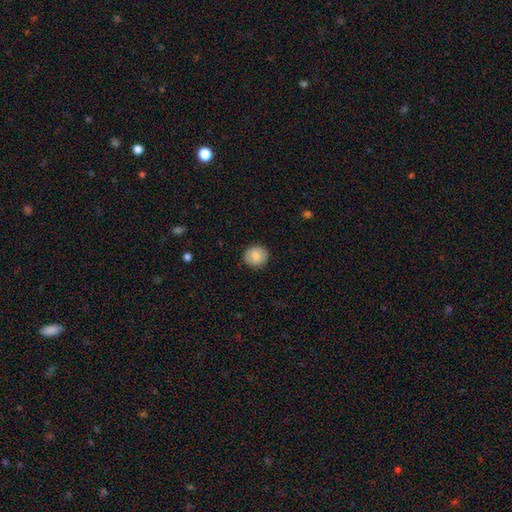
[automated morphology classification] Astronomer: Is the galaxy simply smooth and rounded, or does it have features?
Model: smooth — 80%.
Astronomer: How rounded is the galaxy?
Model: round — 86%.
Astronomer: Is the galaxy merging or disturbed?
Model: none — 89%.